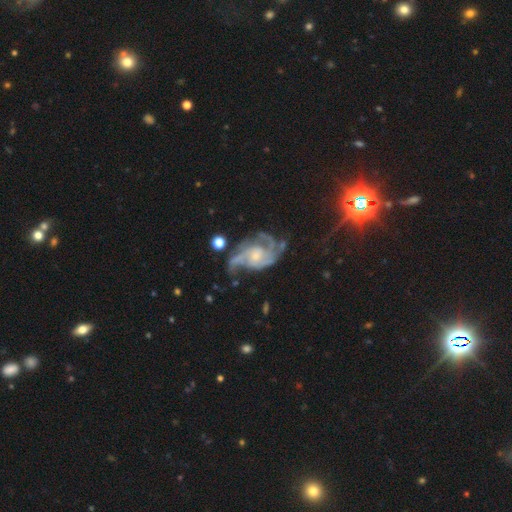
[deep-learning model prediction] Morphology: type=featured or disk (87%); edge-on=no (97%); bar=no (64%); spiral arms=yes (96%); winding=medium (49%); arm count=2 (34%); bulge=small (54%); merging=none (53%).